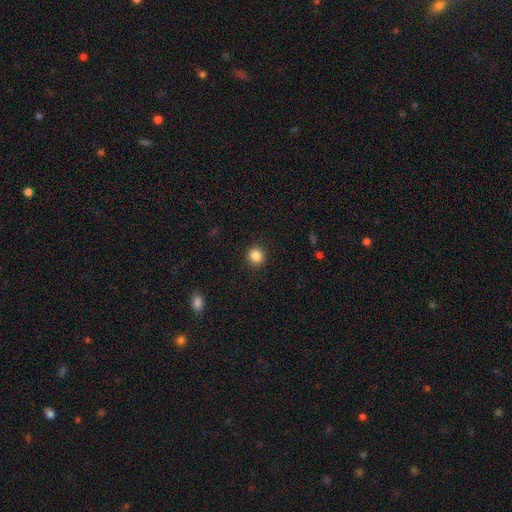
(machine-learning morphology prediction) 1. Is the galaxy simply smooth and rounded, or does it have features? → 87% smooth, 10% star or artifact, 3% featured or disk.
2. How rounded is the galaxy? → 90% round, 9% in between, 1% cigar-shaped.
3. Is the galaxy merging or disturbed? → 91% none, 6% minor disturbance, 2% major disturbance, 1% merger.